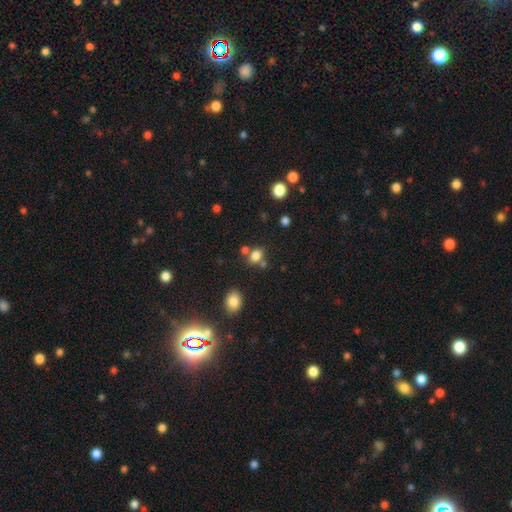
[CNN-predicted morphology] type=smooth (78%); roundness=in between (60%); merging=none (59%).